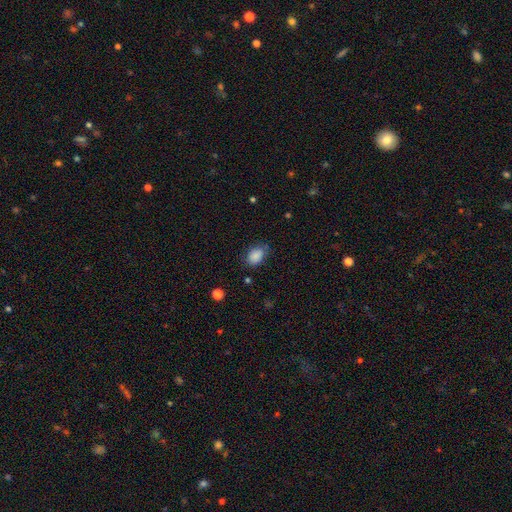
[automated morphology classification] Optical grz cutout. It shows a smooth galaxy with no disk features (86%) that is in between round and cigar-shaped (80%). Merging: none (68%).